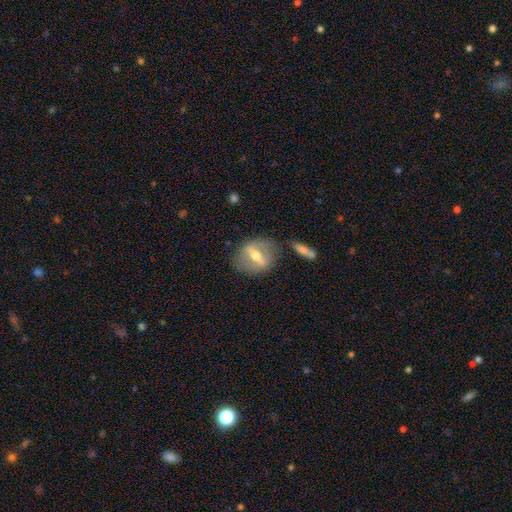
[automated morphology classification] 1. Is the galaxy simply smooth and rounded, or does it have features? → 67% featured or disk, 26% smooth, 7% star or artifact.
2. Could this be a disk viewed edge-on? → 69% no, 31% yes.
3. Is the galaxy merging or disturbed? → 74% none, 14% minor disturbance, 7% major disturbance, 5% merger.